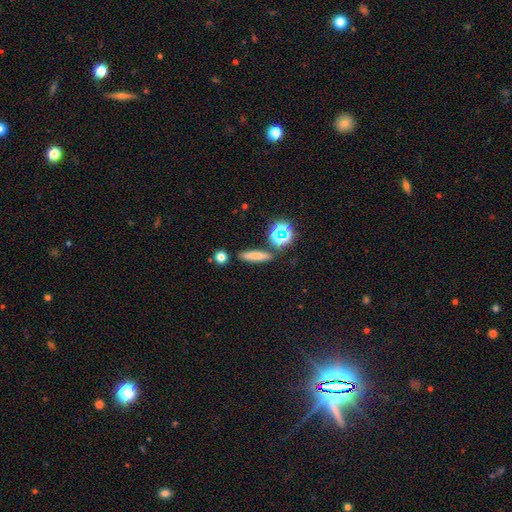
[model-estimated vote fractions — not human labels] This is likely a smooth galaxy (71%). How rounded: likely cigar-shaped (74%). Merging: clearly none (85%).